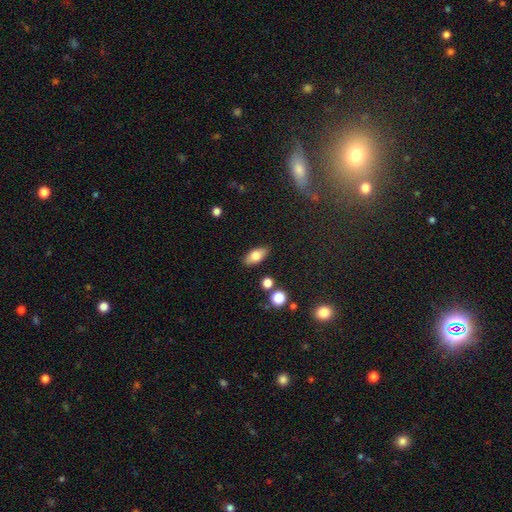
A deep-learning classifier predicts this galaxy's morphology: This is likely a smooth galaxy (77%). How rounded: clearly in between (86%). Merging: clearly none (86%).